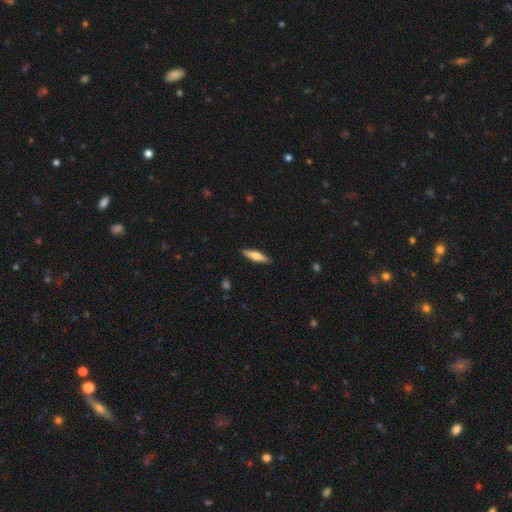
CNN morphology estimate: smooth 66%, featured or disk 28%, star or artifact 6%. Down the decision tree: how rounded — cigar-shaped (71%); merging — none (89%).